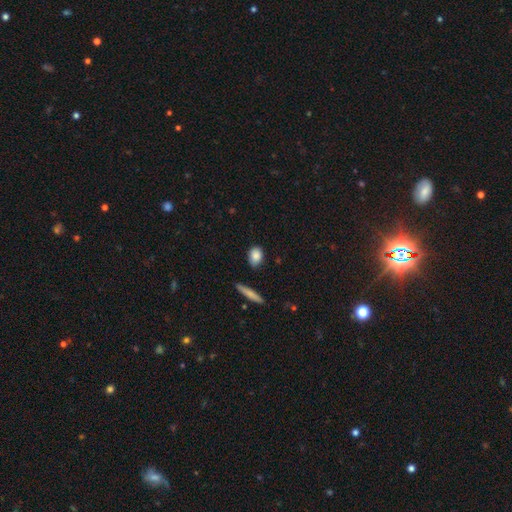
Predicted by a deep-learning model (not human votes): Smooth or featured: smooth — 86% (star or artifact — 7%)
How rounded: in between — 70% (round — 26%)
Merging: none — 83% (minor disturbance — 12%)